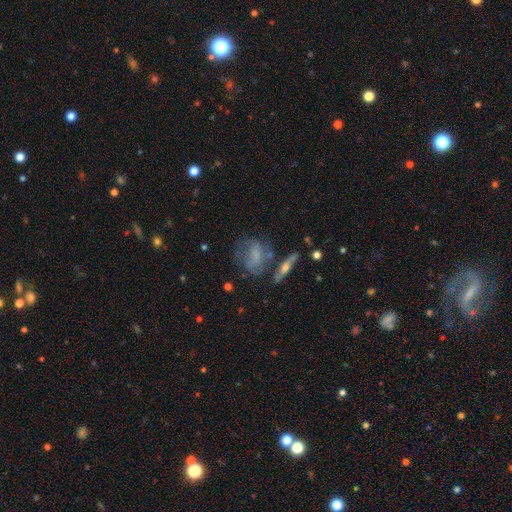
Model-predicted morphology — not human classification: A featured or disk galaxy (51%). Merging: none (47%).